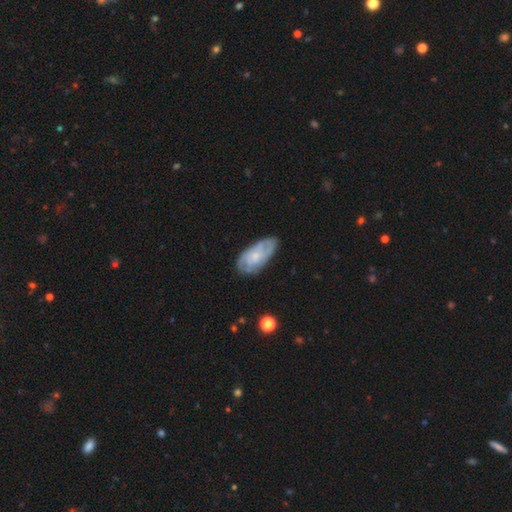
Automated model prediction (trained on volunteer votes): smooth-or-featured: featured or disk: 57% | smooth: 37% | star or artifact: 7%
  disk-edge-on: no: 93% | yes: 7%
    bar: no: 75% | weak: 22% | strong: 3%
    has-spiral-arms: yes: 80% | no: 20%
    bulge-size: small: 59% | moderate: 26% | none: 11% | large: 2% | dominant: 1%
  merging: none: 72% | minor disturbance: 21% | major disturbance: 5% | merger: 2%